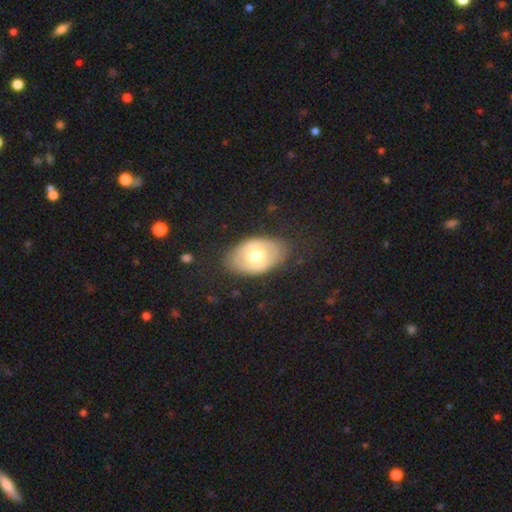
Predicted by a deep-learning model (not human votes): Q: Smooth or featured?
A: featured or disk (50%); runner-up: smooth (44%)
Q: Edge-on disk?
A: no (91%); runner-up: yes (9%)
Q: Merging?
A: none (76%); runner-up: minor disturbance (17%)